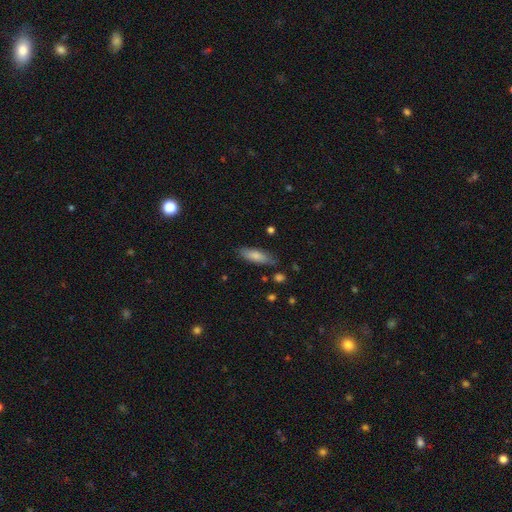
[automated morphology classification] A smooth galaxy with no disk features (79%) that is in between round and cigar-shaped (50%). Merging: none (81%).